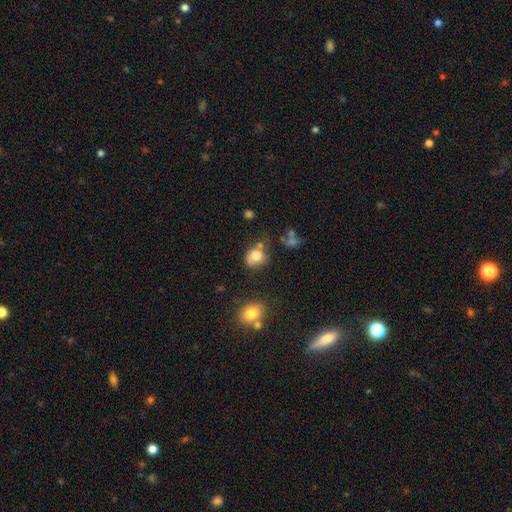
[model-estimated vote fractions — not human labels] Q: Smooth or featured?
A: smooth (79%); runner-up: featured or disk (11%)
Q: How rounded?
A: round (62%); runner-up: in between (37%)
Q: Merging?
A: none (49%); runner-up: minor disturbance (25%)